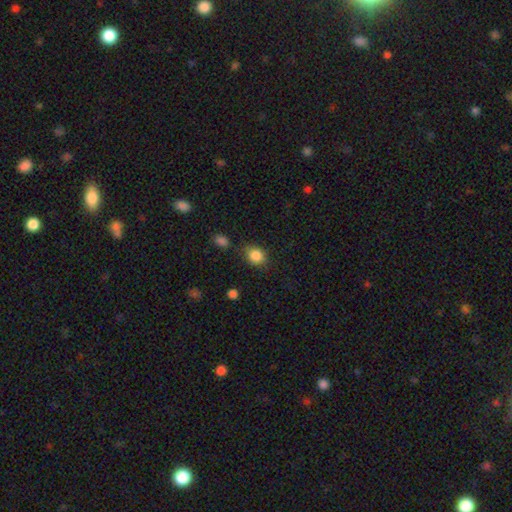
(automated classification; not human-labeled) Smooth or featured?
  - smooth: 85% *
  - star or artifact: 10%
  - featured or disk: 5%
How rounded?
  - round: 62% *
  - in between: 37%
  - cigar-shaped: 1%
Merging?
  - none: 70% *
  - minor disturbance: 19%
  - merger: 6%
  - major disturbance: 5%